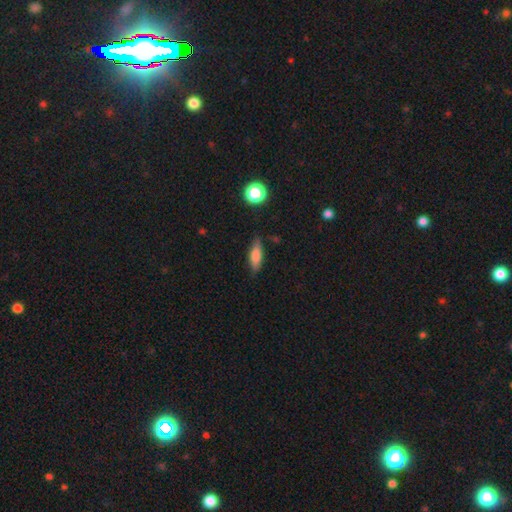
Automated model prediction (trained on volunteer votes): Smooth or featured: smooth — 71% (featured or disk — 21%)
How rounded: in between — 56% (cigar-shaped — 41%)
Merging: none — 78% (minor disturbance — 16%)